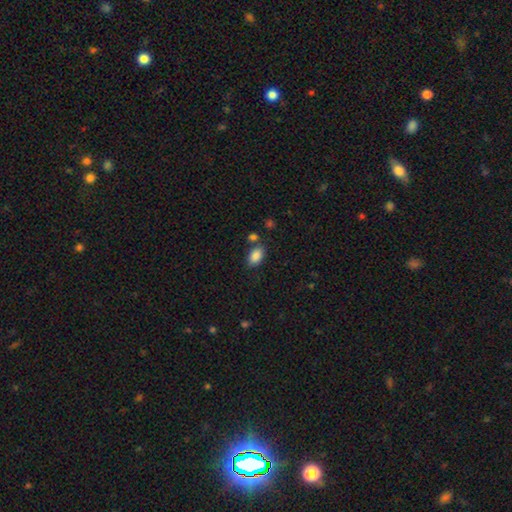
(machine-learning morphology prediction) Overall: smooth (87%). How rounded: in between (90%). Merging: none (73%).